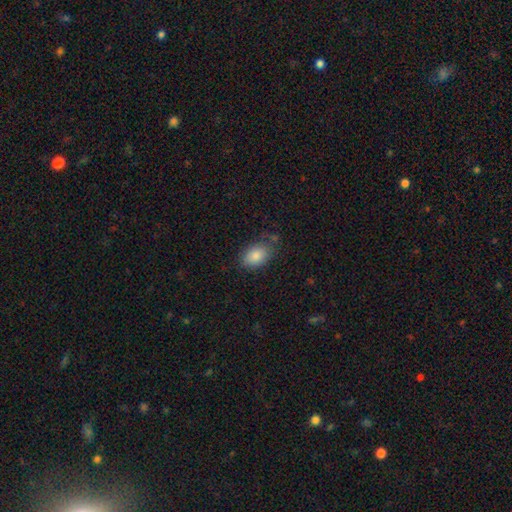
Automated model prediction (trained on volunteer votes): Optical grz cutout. It shows a smooth galaxy with no disk features (86%) that is in between round and cigar-shaped (86%). Merging: none (70%).